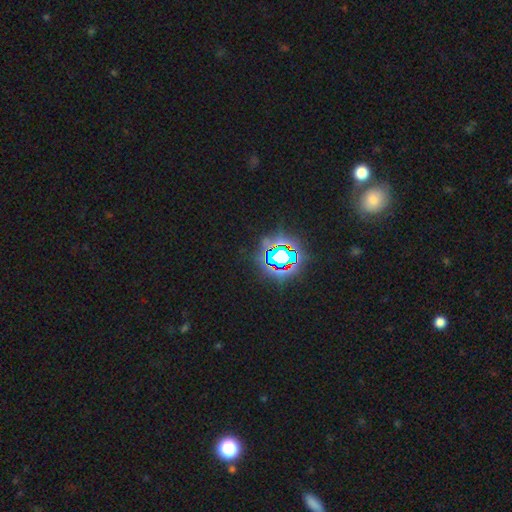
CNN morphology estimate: The model was most divided on "smooth or featured": star or artifact: 81%, smooth: 12%, featured or disk: 8%.